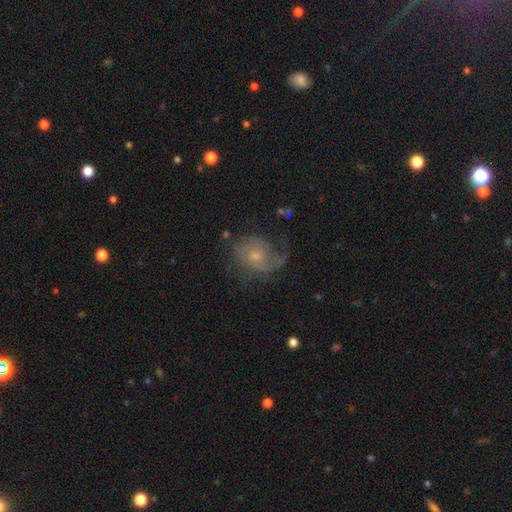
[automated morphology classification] Smooth or featured? Predicted: featured or disk (p=0.70). Edge-on disk? Predicted: no (p=0.97). Bar? Predicted: no (p=0.73). Spiral arms? Predicted: yes (p=0.88). Spiral winding? Predicted: medium (p=0.41). Spiral arm count? Predicted: 2 (p=0.38). Bulge size? Predicted: small (p=0.52). Merging? Predicted: none (p=0.55).